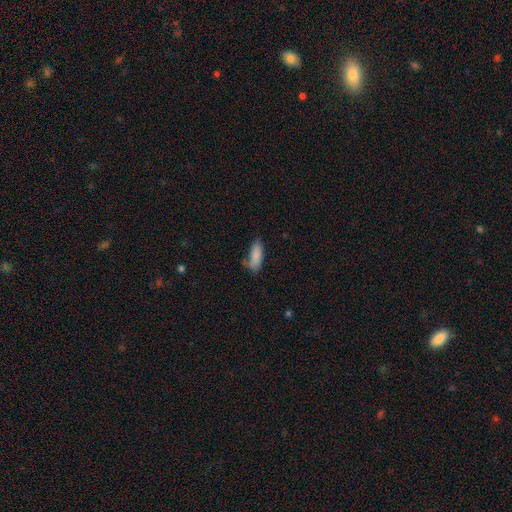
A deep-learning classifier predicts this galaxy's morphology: This is clearly a smooth galaxy (87%). How rounded: likely in between (69%). Merging: likely none (65%).